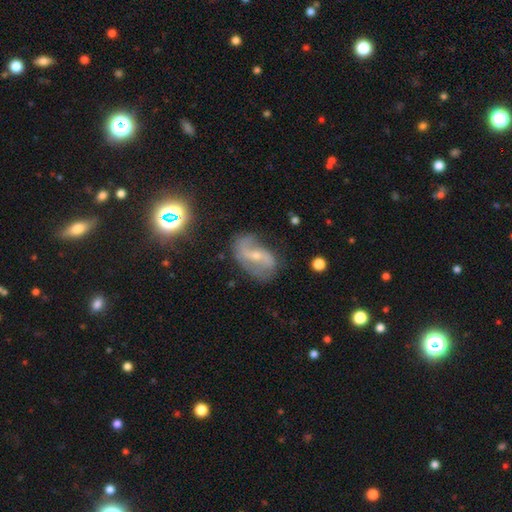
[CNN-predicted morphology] Overall: featured or disk (79%). Edge-on disk: no (96%). Bar: weak (42%; no 31%). Spiral arms: yes (92%). Spiral arm count: 2 (87%). Spiral winding: loose (62%; medium 29%). Bulge size: small (66%; moderate 29%). Merging: none (68%).